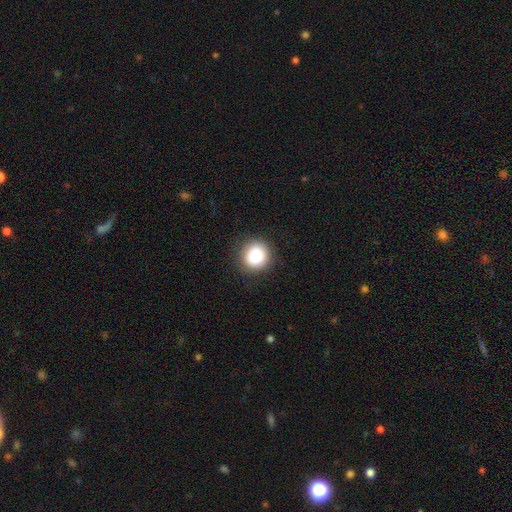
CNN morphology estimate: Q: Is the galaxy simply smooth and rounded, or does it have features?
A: smooth — 85%.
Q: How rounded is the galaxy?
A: round — 92%.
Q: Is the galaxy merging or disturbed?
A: none — 89%.